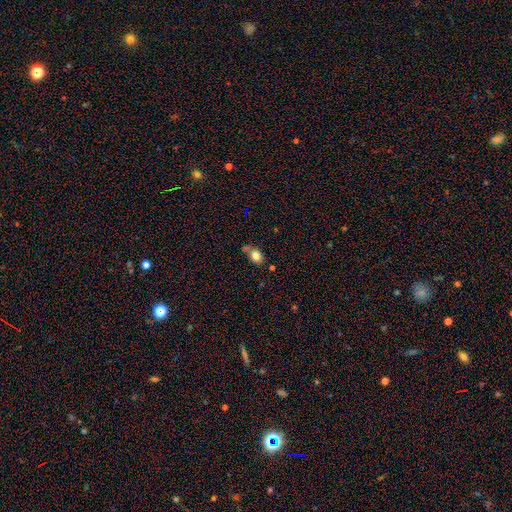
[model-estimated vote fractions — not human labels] smooth-or-featured: smooth: 81% | star or artifact: 10% | featured or disk: 9%
  how-rounded: in between: 62% | round: 36% | cigar-shaped: 1%
  merging: none: 61% | merger: 18% | minor disturbance: 17% | major disturbance: 5%